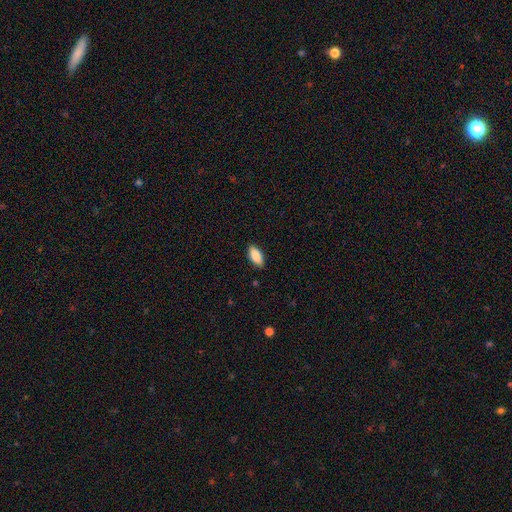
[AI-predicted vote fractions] Morphology: type=smooth (87%); roundness=in between (88%); merging=none (89%).